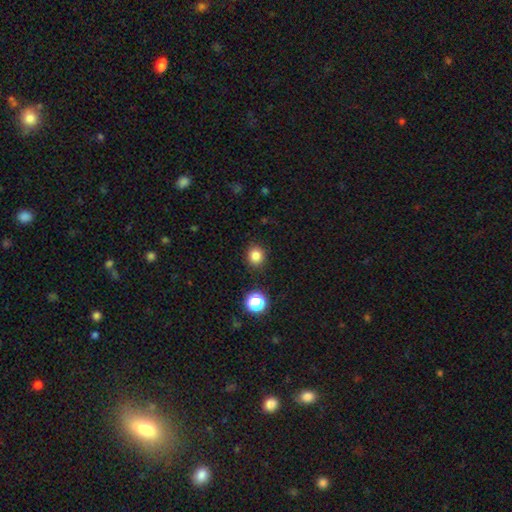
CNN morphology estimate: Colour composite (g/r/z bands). It shows a smooth galaxy with no disk features (82%) that is round (86%). Merging: none (90%).